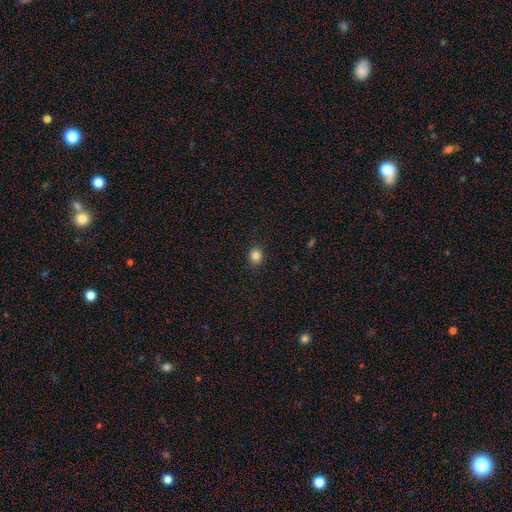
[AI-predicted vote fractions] This appears to be a smooth galaxy with no disk features (84%) that is round (75%). Merging: none (88%).